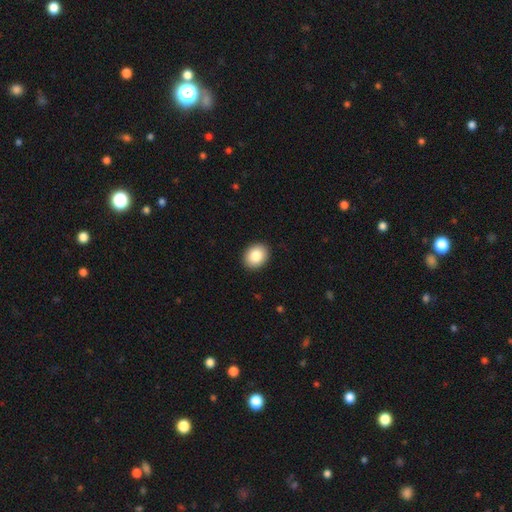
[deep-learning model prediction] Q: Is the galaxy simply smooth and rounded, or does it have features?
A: smooth — 85%.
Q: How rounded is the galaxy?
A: in between — 53%.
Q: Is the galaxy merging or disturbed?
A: none — 91%.